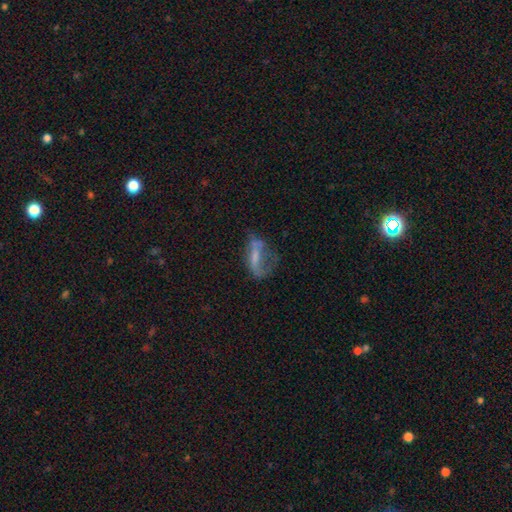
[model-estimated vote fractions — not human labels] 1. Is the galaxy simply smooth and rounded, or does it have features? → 51% featured or disk, 37% smooth, 12% star or artifact.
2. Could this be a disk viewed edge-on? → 90% no, 10% yes.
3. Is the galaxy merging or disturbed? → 40% major disturbance, 33% none, 22% minor disturbance, 5% merger.